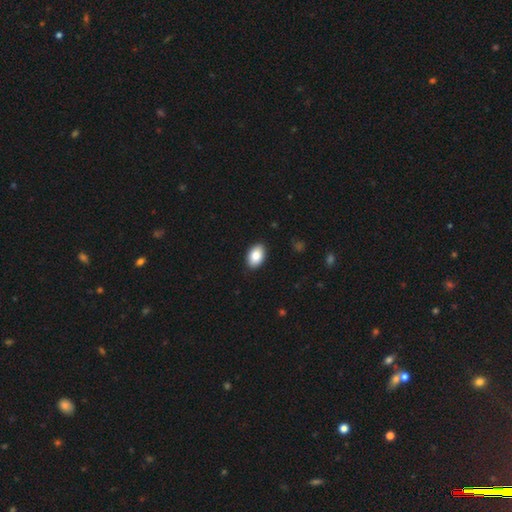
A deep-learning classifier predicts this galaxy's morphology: A smooth galaxy with no disk features (86%) that is in between round and cigar-shaped (92%).

Vote fractions:
- Smooth or featured? smooth: 86% / featured or disk: 7% / star or artifact: 7%
- How rounded? in between: 92% / round: 7% / cigar-shaped: 1%
- Merging? none: 90% / minor disturbance: 8% / major disturbance: 2% / merger: 1%